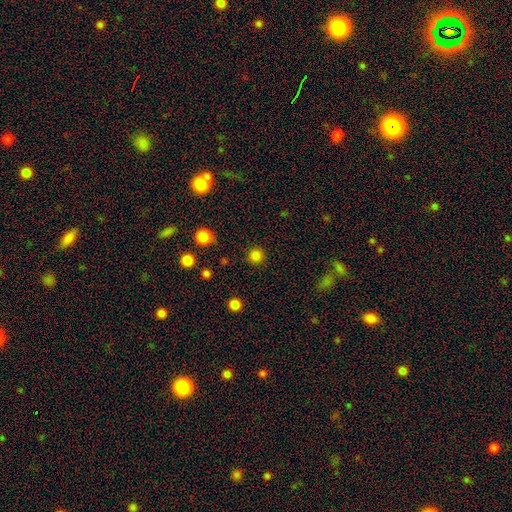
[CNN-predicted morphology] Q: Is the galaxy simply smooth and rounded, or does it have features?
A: smooth — 83%.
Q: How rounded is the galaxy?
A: round — 95%.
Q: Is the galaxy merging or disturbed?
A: none — 90%.